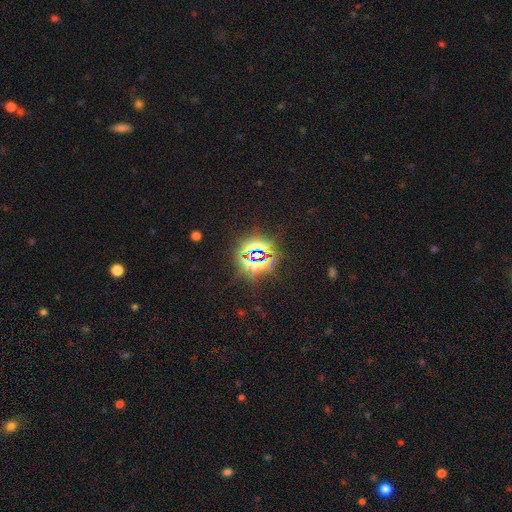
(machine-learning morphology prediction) smooth_or_featured: star or artifact (p=0.82) [alt: smooth p=0.10]